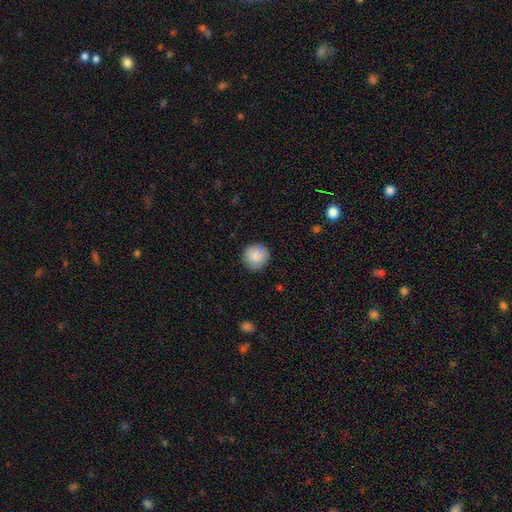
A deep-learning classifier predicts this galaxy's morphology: smooth_or_featured: smooth (p=0.87) [alt: star or artifact p=0.07]
how_rounded: round (p=0.91) [alt: in between p=0.08]
merging: none (p=0.86) [alt: minor disturbance p=0.10]